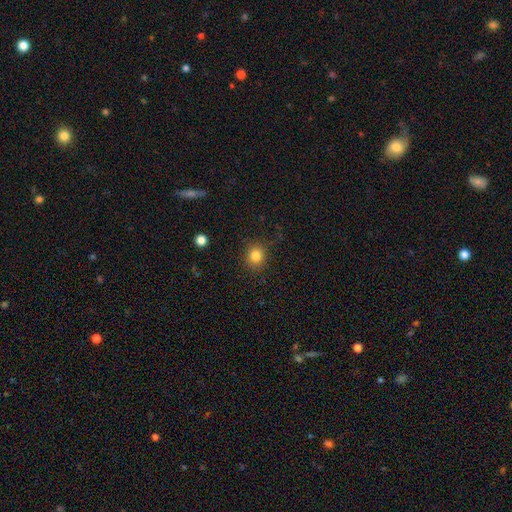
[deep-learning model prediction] This appears to be a smooth galaxy with no disk features (83%) that is round (84%). Merging: none (86%).